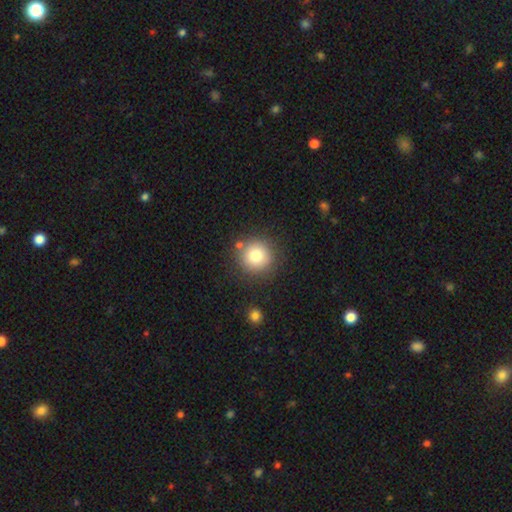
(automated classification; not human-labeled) smooth_or_featured: smooth (p=0.82) [alt: star or artifact p=0.10]
how_rounded: round (p=0.94) [alt: in between p=0.05]
merging: none (p=0.83) [alt: minor disturbance p=0.09]